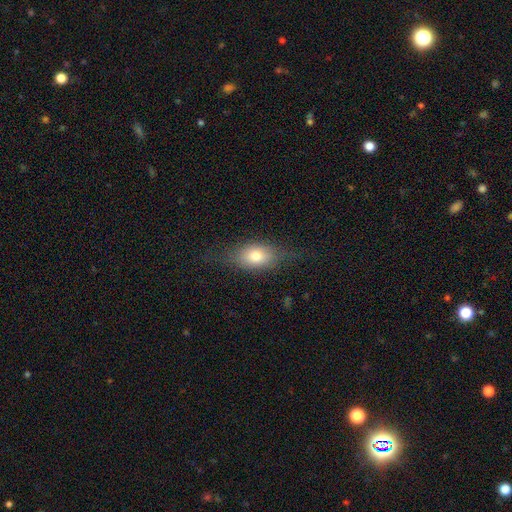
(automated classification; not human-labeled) The model was most divided on "merging": none: 67%, minor disturbance: 21%, major disturbance: 11%, merger: 1%. More confident: how rounded — in between (75%); smooth or featured — smooth (69%).